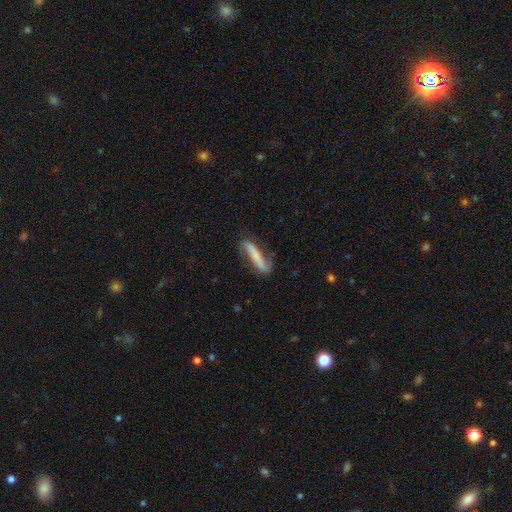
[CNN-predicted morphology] This appears to be a smooth galaxy with no disk features (52%) that is cigar-shaped (87%). Merging: none (67%).